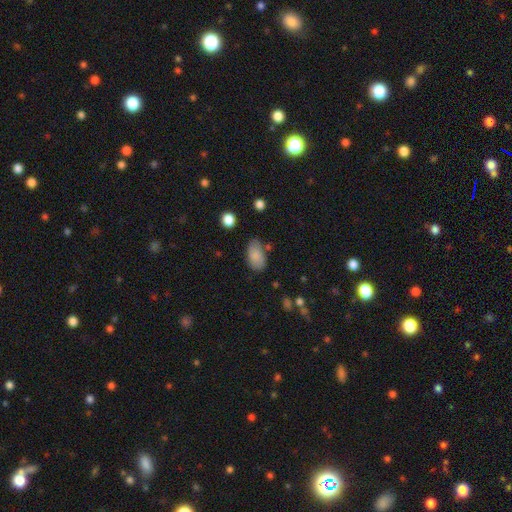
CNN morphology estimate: This appears to be a smooth galaxy with no disk features (82%) that is in between round and cigar-shaped (92%). Merging: none (64%).